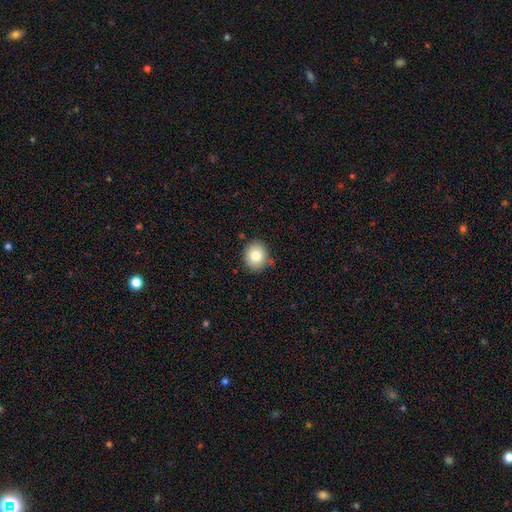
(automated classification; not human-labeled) smooth-or-featured: smooth: 79% | featured or disk: 11% | star or artifact: 10%
  how-rounded: round: 75% | in between: 25% | cigar-shaped: 1%
  merging: none: 82% | minor disturbance: 13% | major disturbance: 3% | merger: 2%